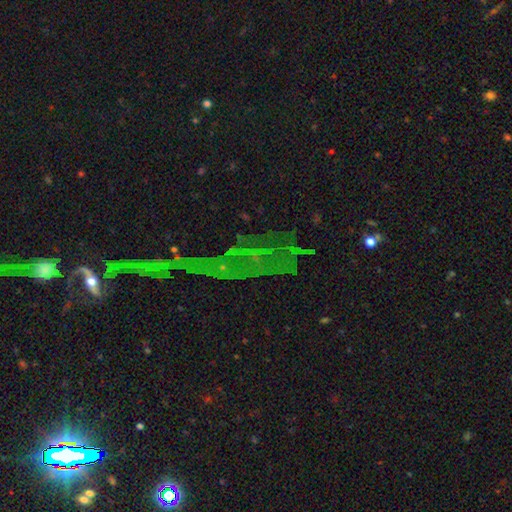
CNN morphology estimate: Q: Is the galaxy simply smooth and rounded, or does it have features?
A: star or artifact — 76%.